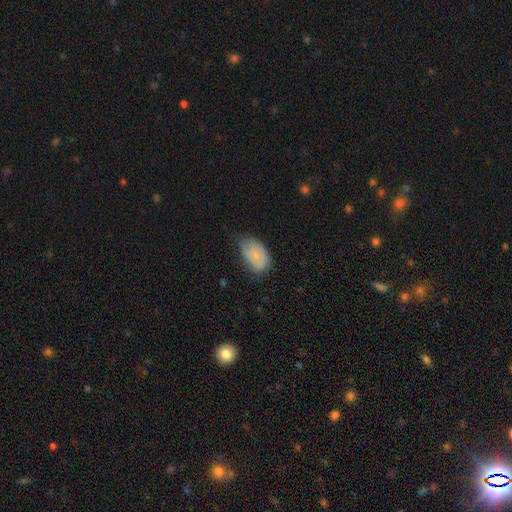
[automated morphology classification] smooth_or_featured: smooth (p=0.75) [alt: featured or disk p=0.18]
how_rounded: in between (p=0.92) [alt: round p=0.07]
merging: none (p=0.48) [alt: minor disturbance p=0.41]